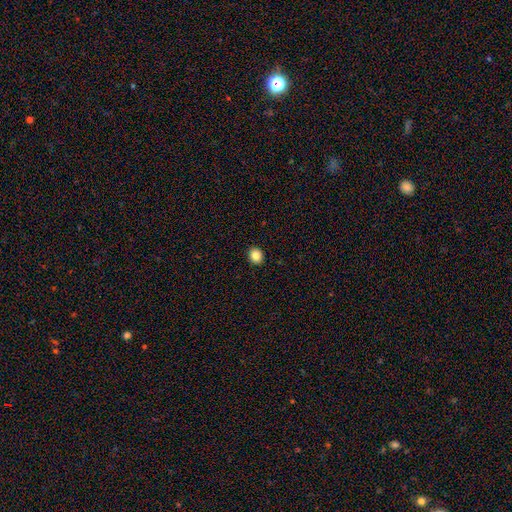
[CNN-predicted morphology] A smooth galaxy with no disk features (85%) that is round (74%).

Vote fractions:
- Smooth or featured? smooth: 85% / star or artifact: 10% / featured or disk: 5%
- How rounded? round: 74% / in between: 25% / cigar-shaped: 1%
- Merging? none: 92% / minor disturbance: 5% / major disturbance: 1% / merger: 1%